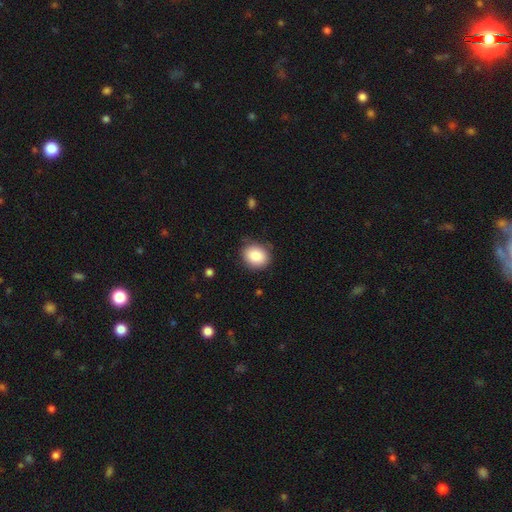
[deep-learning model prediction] This appears to be a smooth galaxy with no disk features (84%) that is round (64%). Merging: none (82%).